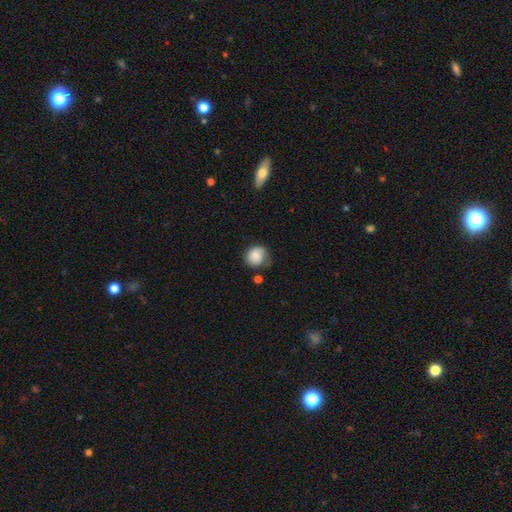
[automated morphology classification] The model was most divided on "merging": none: 60%, minor disturbance: 27%, major disturbance: 8%, merger: 4%. More confident: smooth or featured — smooth (84%); how rounded — round (82%).